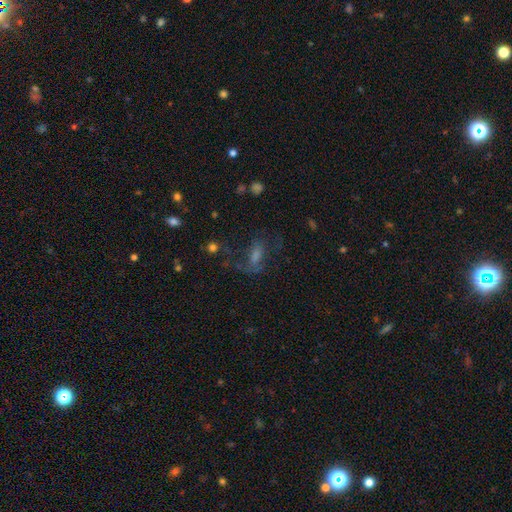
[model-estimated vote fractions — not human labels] smooth_or_featured: featured or disk (p=0.46) [alt: smooth p=0.28]
merging: none (p=0.49) [alt: major disturbance p=0.30]